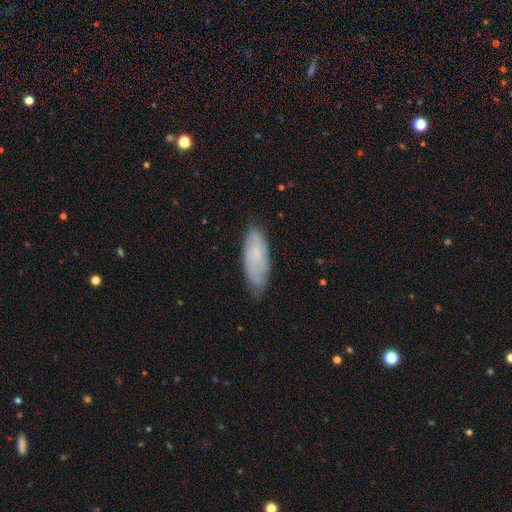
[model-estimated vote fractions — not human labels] Smooth or featured? smooth (63%)
How rounded? in between (62%)
Merging? none (70%)